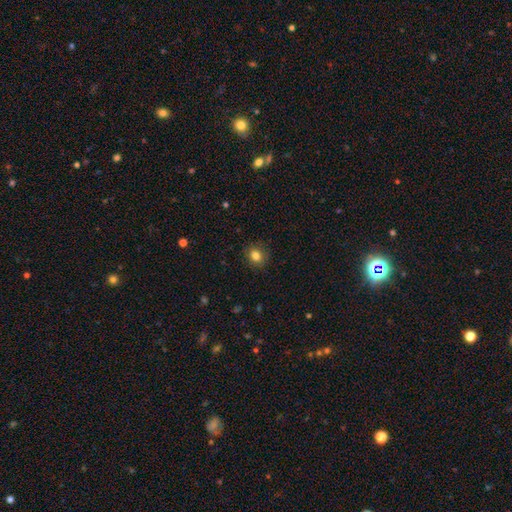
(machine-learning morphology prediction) Smooth or featured?
  - smooth: 83% *
  - star or artifact: 11%
  - featured or disk: 6%
How rounded?
  - round: 69% *
  - in between: 30%
  - cigar-shaped: 1%
Merging?
  - none: 88% *
  - minor disturbance: 9%
  - major disturbance: 2%
  - merger: 1%